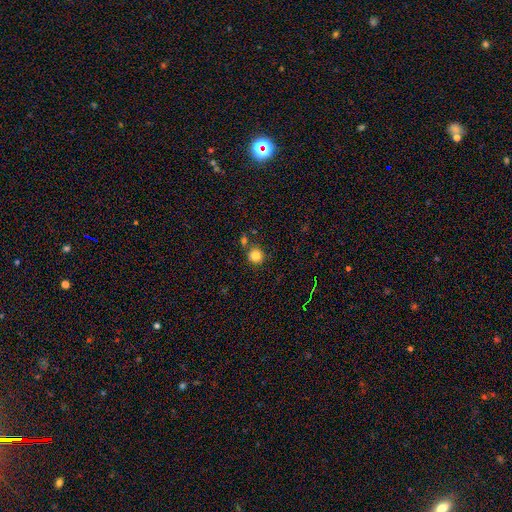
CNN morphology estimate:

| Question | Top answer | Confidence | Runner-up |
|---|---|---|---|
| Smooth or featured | smooth | 83% | star or artifact (12%) |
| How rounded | round | 93% | in between (6%) |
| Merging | none | 78% | merger (10%) |